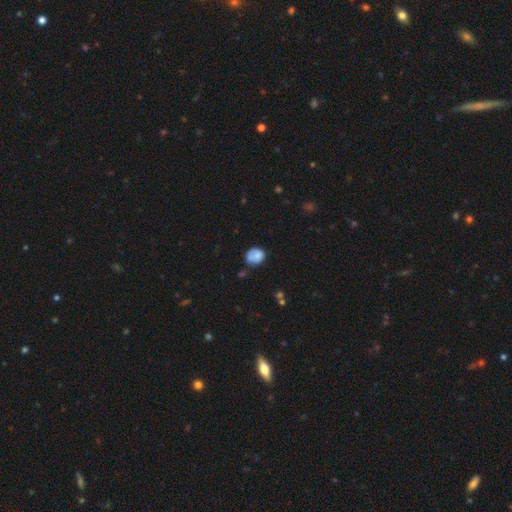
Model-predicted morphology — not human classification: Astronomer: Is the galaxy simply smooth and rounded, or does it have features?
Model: smooth — 75%.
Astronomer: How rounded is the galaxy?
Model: round — 66%.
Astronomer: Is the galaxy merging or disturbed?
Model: none — 56%.